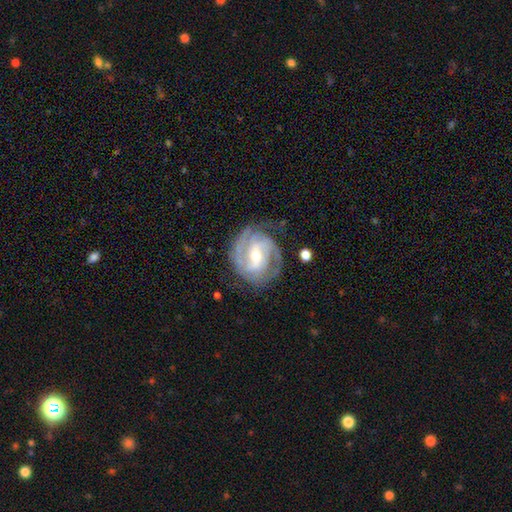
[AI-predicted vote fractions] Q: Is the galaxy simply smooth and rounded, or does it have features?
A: featured or disk — 89%.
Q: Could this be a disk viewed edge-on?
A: no — 97%.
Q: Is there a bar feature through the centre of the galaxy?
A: weak — 45%.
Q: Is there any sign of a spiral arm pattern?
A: yes — 96%.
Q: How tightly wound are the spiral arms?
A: tight — 60%.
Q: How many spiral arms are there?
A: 2 — 50%.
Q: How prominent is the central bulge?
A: moderate — 56%.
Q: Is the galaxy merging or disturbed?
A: none — 73%.